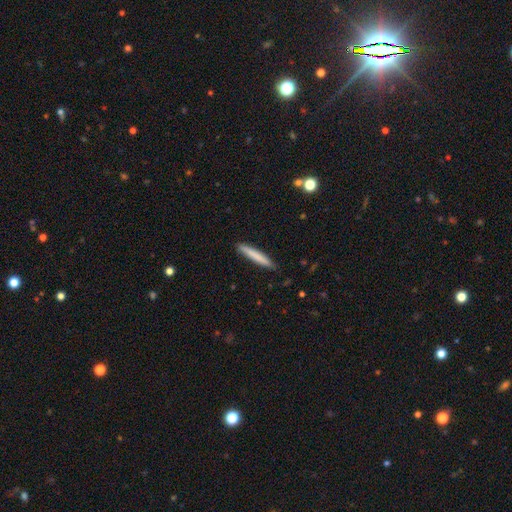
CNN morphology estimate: A smooth galaxy with no disk features (77%) that is cigar-shaped (95%). Merging: none (89%).